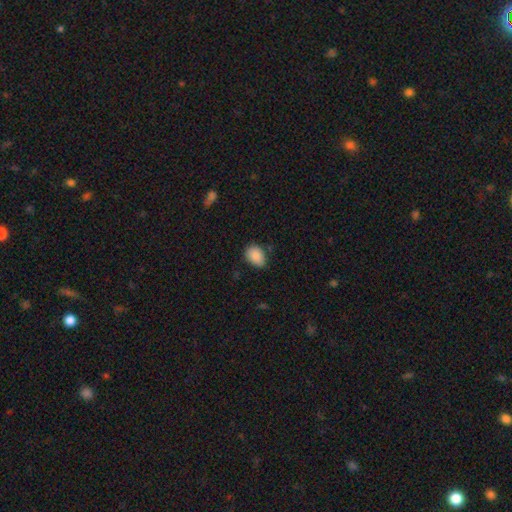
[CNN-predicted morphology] smooth 88%, star or artifact 8%, featured or disk 5%. Down the decision tree: how rounded — in between (76%); merging — none (68%).